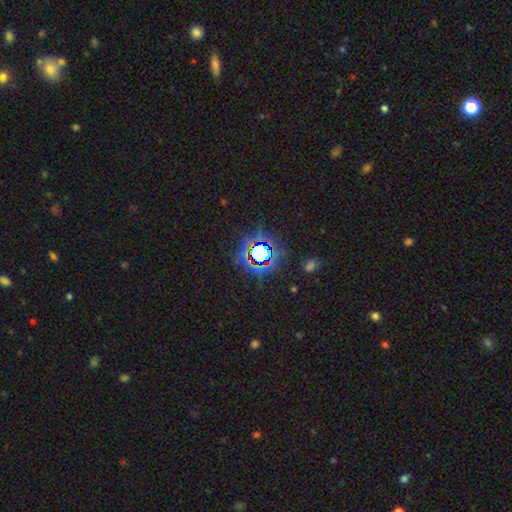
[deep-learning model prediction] Smooth or featured? Predicted: star or artifact (p=0.70).